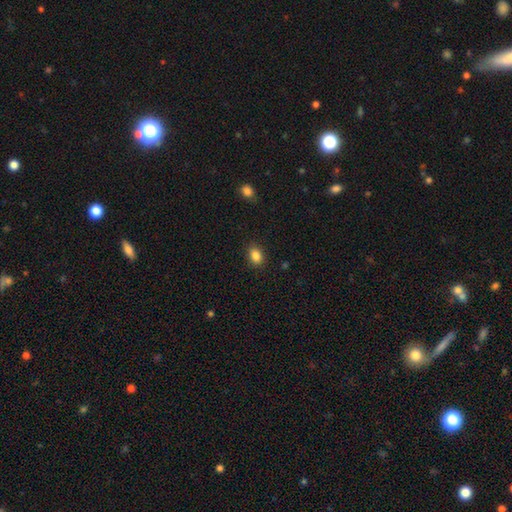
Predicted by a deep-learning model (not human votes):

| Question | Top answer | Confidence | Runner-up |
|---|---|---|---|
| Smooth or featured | smooth | 86% | star or artifact (10%) |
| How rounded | in between | 73% | round (25%) |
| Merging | none | 87% | minor disturbance (9%) |